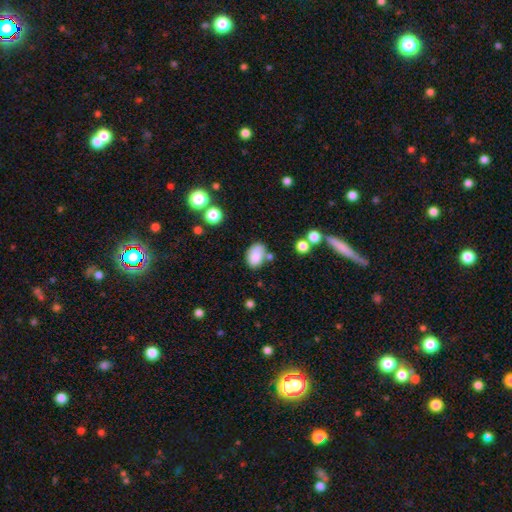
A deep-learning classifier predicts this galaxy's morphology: smooth_or_featured: smooth (p=0.85) [alt: star or artifact p=0.09]
how_rounded: in between (p=0.87) [alt: round p=0.12]
merging: none (p=0.66) [alt: minor disturbance p=0.19]